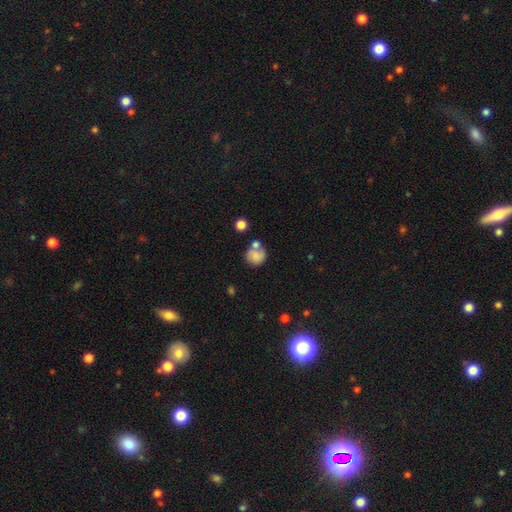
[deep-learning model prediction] Smooth or featured? smooth (73%)
How rounded? round (81%)
Merging? none (44%)